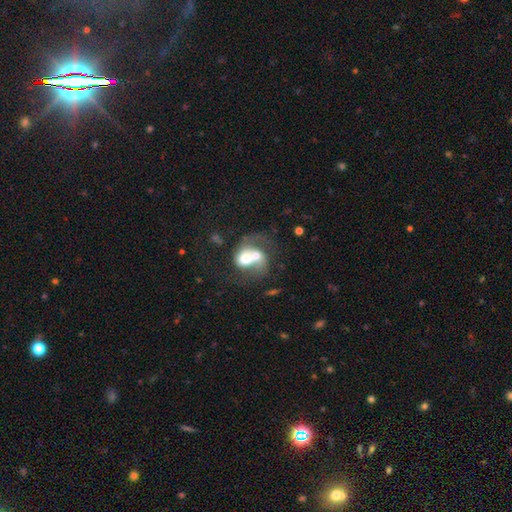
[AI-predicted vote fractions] featured or disk 49%, smooth 42%, star or artifact 8%. Down the decision tree: merging — merger (71%).